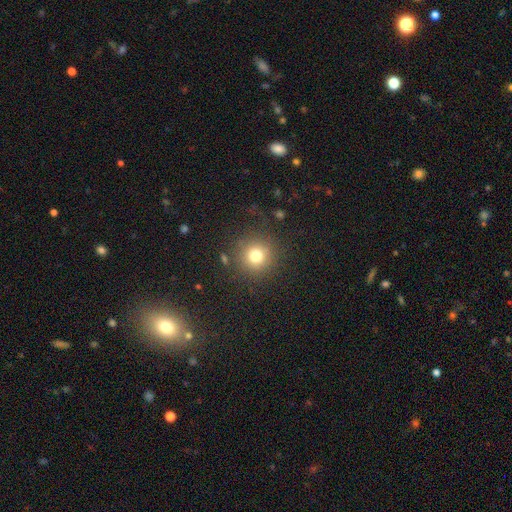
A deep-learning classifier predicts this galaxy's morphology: smooth-or-featured: smooth: 76% | star or artifact: 15% | featured or disk: 9%
  how-rounded: round: 94% | in between: 5% | cigar-shaped: 1%
  merging: none: 86% | minor disturbance: 8% | major disturbance: 4% | merger: 2%